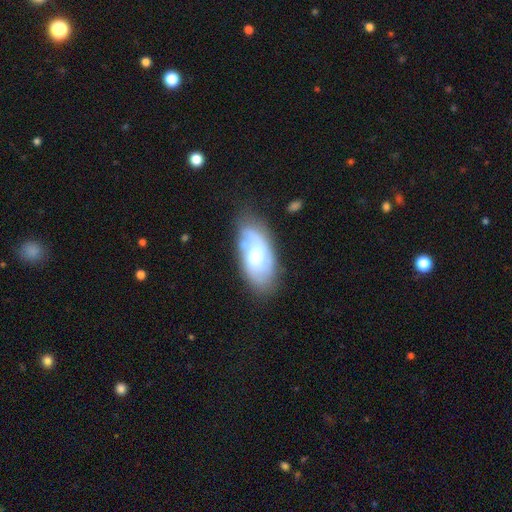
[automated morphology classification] A featured or disk galaxy (55%) with no bar (69%), spiral arms (77%) and a moderate central bulge (63%).

Vote fractions:
- Smooth or featured? featured or disk: 55% / smooth: 38% / star or artifact: 7%
- Edge-on disk? no: 91% / yes: 9%
- Bar? no: 69% / weak: 26% / strong: 5%
- Spiral arms? yes: 77% / no: 23%
- Bulge size? moderate: 63% / large: 17% / small: 16% / none: 2% / dominant: 2%
- Merging? none: 63% / minor disturbance: 25% / major disturbance: 9% / merger: 3%